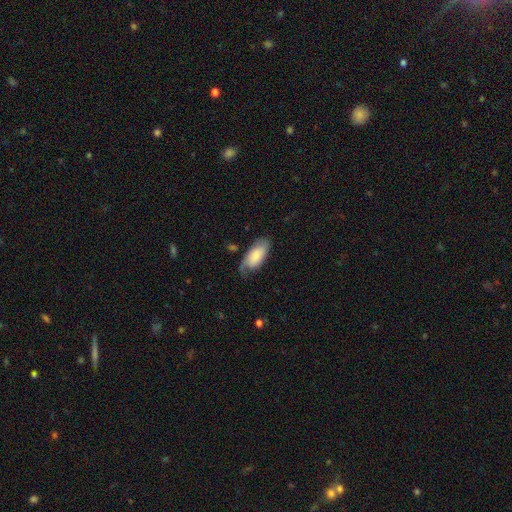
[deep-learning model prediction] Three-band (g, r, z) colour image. It shows a smooth galaxy with no disk features (67%) that is in between round and cigar-shaped (90%). Merging: none (54%).